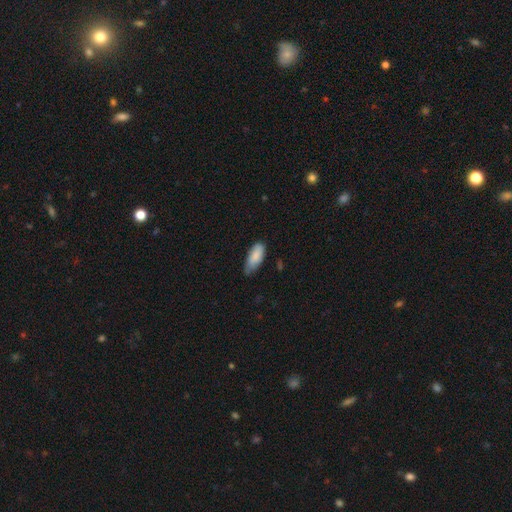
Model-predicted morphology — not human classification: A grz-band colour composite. It shows a smooth galaxy with no disk features (86%) that is in between round and cigar-shaped (84%). Merging: none (56%).